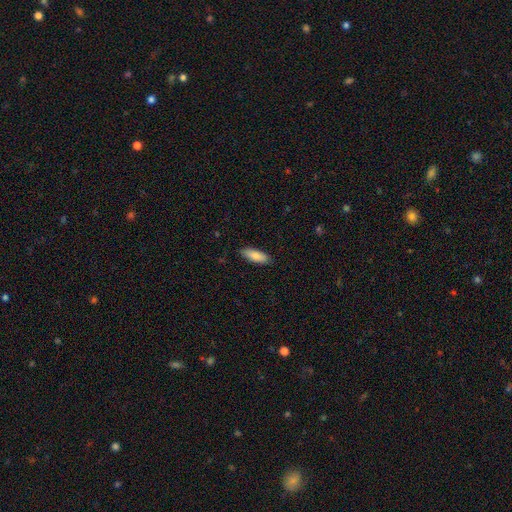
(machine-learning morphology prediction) Overall: smooth (84%). How rounded: in between (63%; cigar-shaped 36%). Merging: none (87%).